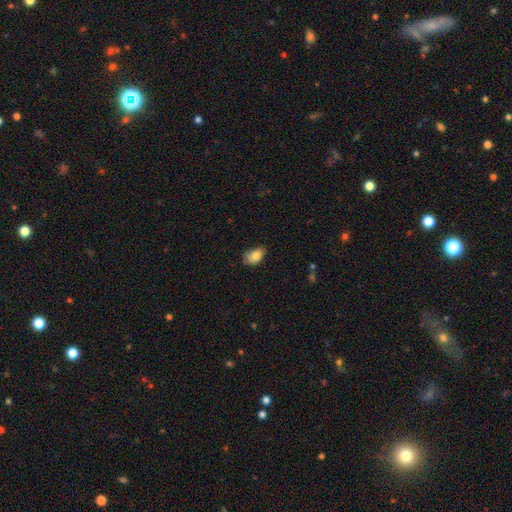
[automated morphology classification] This appears to be a smooth galaxy with no disk features (81%) that is in between round and cigar-shaped (86%). Merging: none (57%).